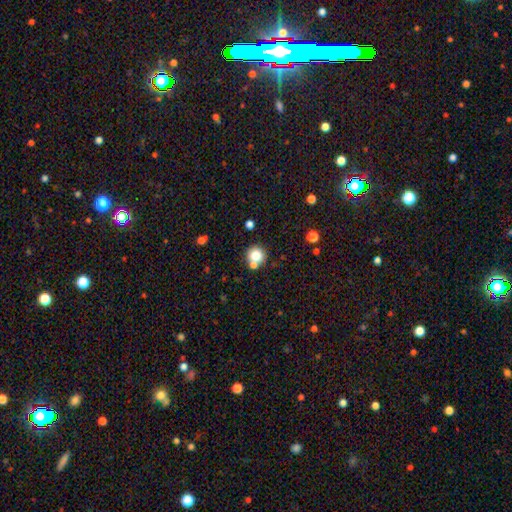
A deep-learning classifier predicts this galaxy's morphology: smooth-or-featured: smooth: 79% | star or artifact: 11% | featured or disk: 9%
  how-rounded: round: 92% | in between: 7% | cigar-shaped: 1%
  merging: none: 63% | merger: 25% | minor disturbance: 9% | major disturbance: 3%